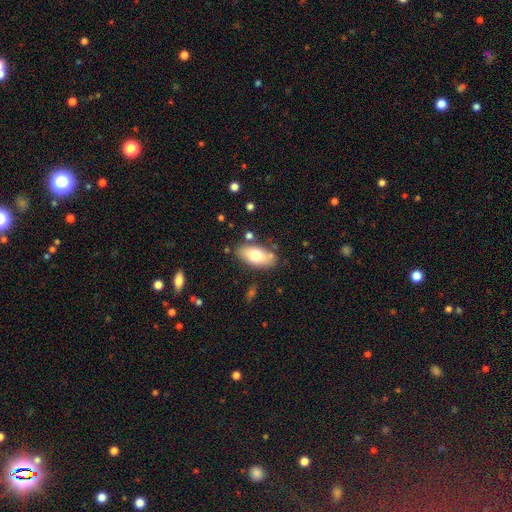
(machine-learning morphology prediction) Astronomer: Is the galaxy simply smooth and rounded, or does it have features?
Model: smooth — 70%.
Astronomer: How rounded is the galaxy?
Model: in between — 89%.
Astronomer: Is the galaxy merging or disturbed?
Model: none — 79%.